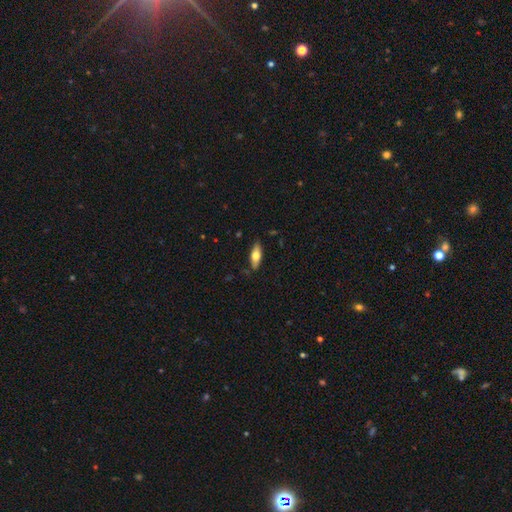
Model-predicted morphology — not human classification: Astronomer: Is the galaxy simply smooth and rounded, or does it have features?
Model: smooth — 60% (runner-up: featured or disk, 35%).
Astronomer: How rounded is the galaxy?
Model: in between — 65%.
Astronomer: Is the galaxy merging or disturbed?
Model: none — 85%.